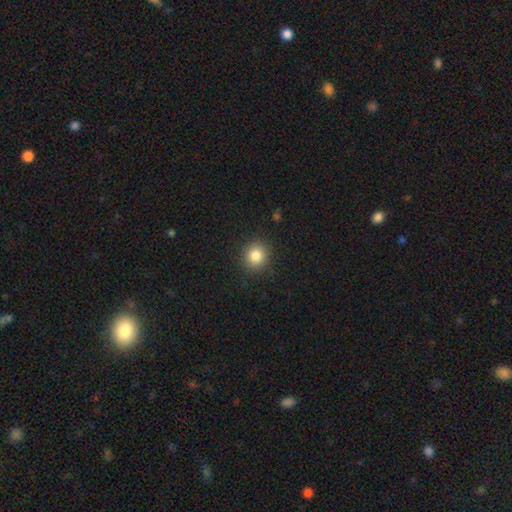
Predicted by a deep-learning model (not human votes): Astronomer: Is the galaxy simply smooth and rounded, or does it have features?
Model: smooth — 84%.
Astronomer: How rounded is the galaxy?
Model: round — 87%.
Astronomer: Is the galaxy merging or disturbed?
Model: none — 90%.